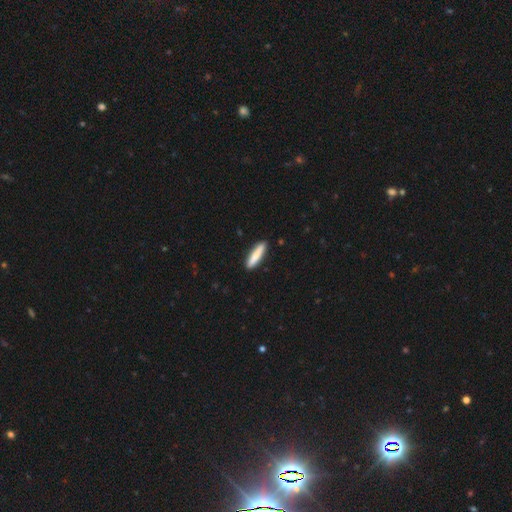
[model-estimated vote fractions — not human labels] smooth 81%, featured or disk 14%, star or artifact 5%. Down the decision tree: how rounded — cigar-shaped (86%); merging — none (91%).